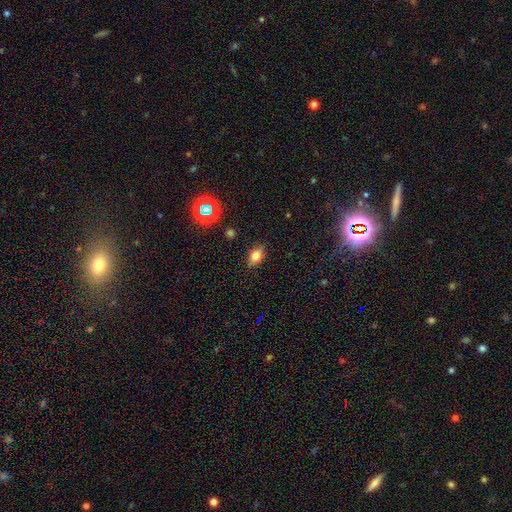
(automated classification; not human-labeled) A smooth galaxy with no disk features (75%) that is in between round and cigar-shaped (83%). Merging: none (85%).